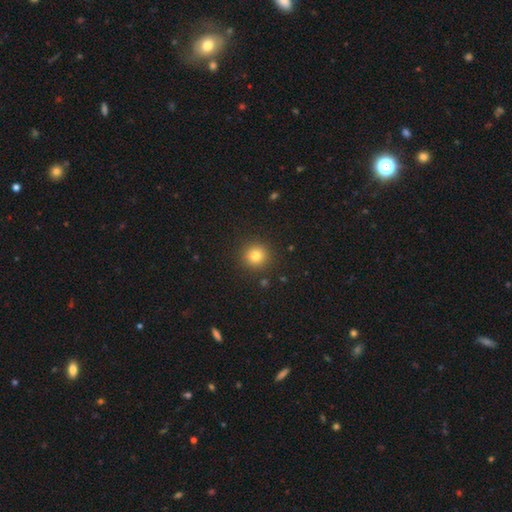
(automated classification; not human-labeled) Smooth or featured?
  - smooth: 80% *
  - star or artifact: 13%
  - featured or disk: 7%
How rounded?
  - round: 94% *
  - in between: 6%
  - cigar-shaped: 1%
Merging?
  - none: 91% *
  - minor disturbance: 6%
  - major disturbance: 2%
  - merger: 1%